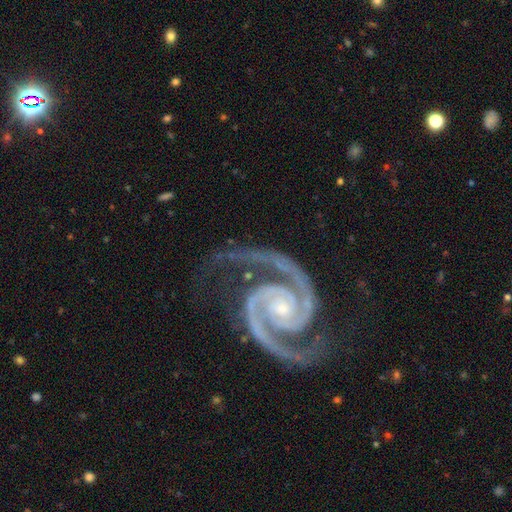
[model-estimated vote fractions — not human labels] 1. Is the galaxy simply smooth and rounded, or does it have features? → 95% featured or disk, 3% star or artifact, 2% smooth.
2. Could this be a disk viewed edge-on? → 98% no, 2% yes.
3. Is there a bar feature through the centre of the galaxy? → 63% no, 22% weak, 14% strong.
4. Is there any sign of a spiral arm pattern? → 99% yes, 1% no.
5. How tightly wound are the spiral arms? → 52% tight, 43% medium, 5% loose.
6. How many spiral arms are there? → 94% 2, 2% 3, 1% can't tell, 1% 1, 1% 4, 1% more than 4.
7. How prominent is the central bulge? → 70% small, 24% moderate, 3% none, 2% large, 1% dominant.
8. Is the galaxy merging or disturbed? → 79% none, 14% minor disturbance, 5% major disturbance, 2% merger.